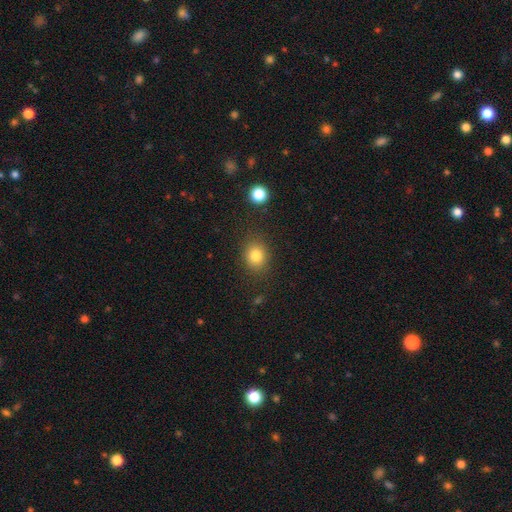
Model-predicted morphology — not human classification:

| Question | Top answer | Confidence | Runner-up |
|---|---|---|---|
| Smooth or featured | smooth | 81% | star or artifact (12%) |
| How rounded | round | 64% | in between (35%) |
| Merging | none | 84% | minor disturbance (10%) |